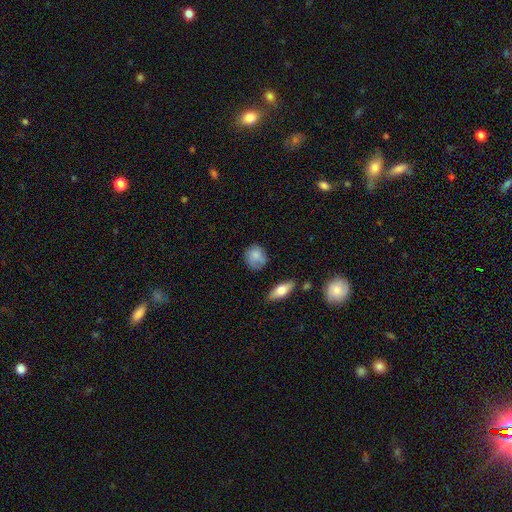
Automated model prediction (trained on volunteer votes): smooth_or_featured: smooth (p=0.76) [alt: featured or disk p=0.17]
how_rounded: round (p=0.69) [alt: in between p=0.29]
merging: none (p=0.62) [alt: minor disturbance p=0.27]